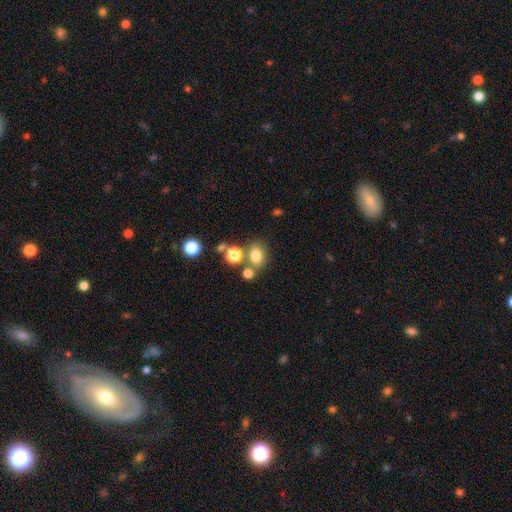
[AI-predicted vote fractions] Smooth or featured? smooth (78%)
How rounded? in between (58%)
Merging? none (63%)